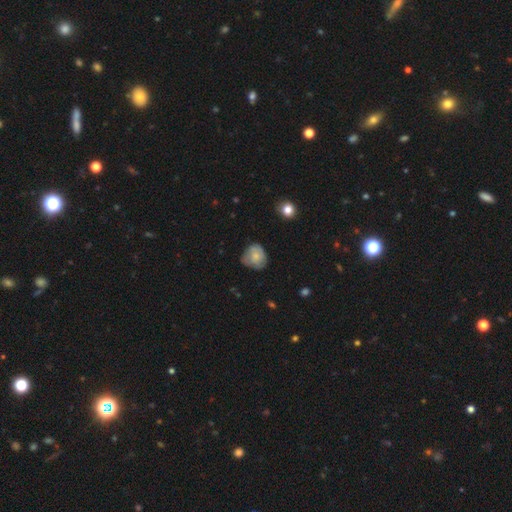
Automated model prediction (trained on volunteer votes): The model was most divided on "merging": none: 52%, minor disturbance: 35%, major disturbance: 11%, merger: 2%. More confident: how rounded — round (72%); smooth or featured — smooth (65%).